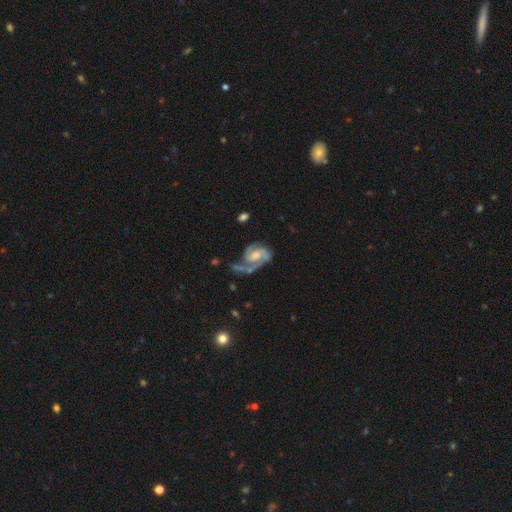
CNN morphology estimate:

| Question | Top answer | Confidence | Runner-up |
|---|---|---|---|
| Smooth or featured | featured or disk | 87% | smooth (8%) |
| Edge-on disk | no | 98% | yes (2%) |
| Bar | no | 44% | tied: weak (44%) |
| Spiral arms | yes | 96% | no (4%) |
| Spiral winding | medium | 47% | tight (35%) |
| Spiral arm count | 2 | 70% | 1 (13%) |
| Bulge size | moderate | 47% | small (24%) |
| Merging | none | 40% | major disturbance (29%) |